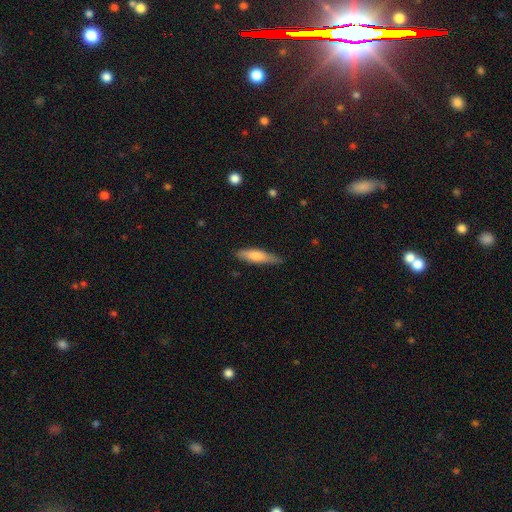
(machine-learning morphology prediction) This appears to be a smooth galaxy with no disk features (70%) that is cigar-shaped (76%). Merging: none (75%).